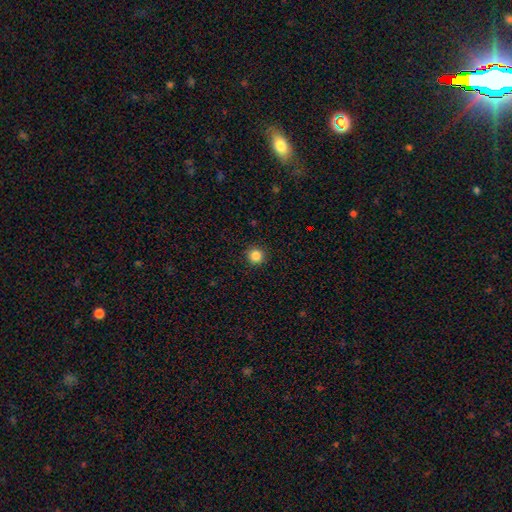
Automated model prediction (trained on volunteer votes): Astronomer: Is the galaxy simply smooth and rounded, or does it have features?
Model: smooth — 85%.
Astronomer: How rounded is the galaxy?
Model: round — 95%.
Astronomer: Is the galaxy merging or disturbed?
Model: none — 91%.